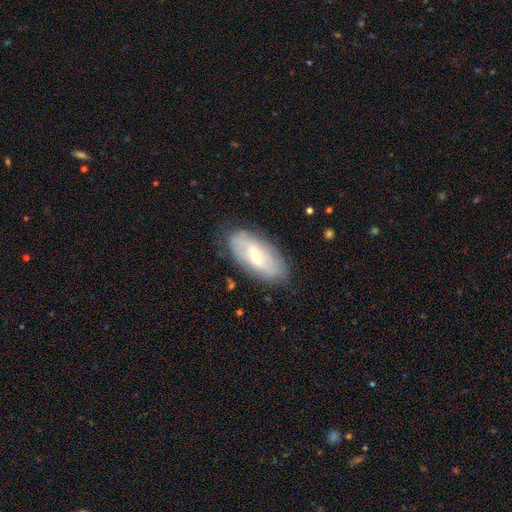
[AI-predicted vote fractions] Smooth or featured? featured or disk (55%)
Edge-on disk? no (87%)
Merging? none (80%)